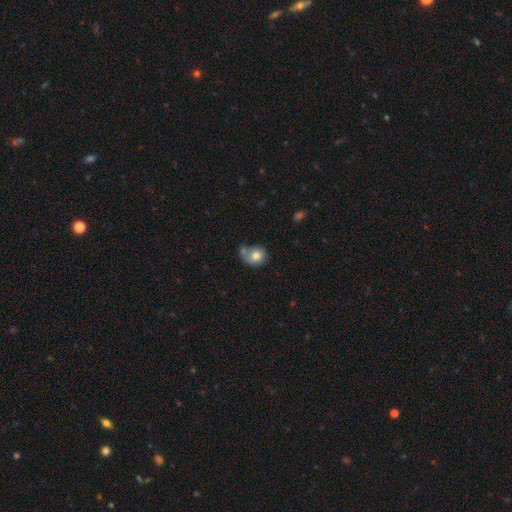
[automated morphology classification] Smooth or featured: smooth — 78% (featured or disk — 13%)
How rounded: round — 68% (in between — 31%)
Merging: none — 39% (merger — 34%)